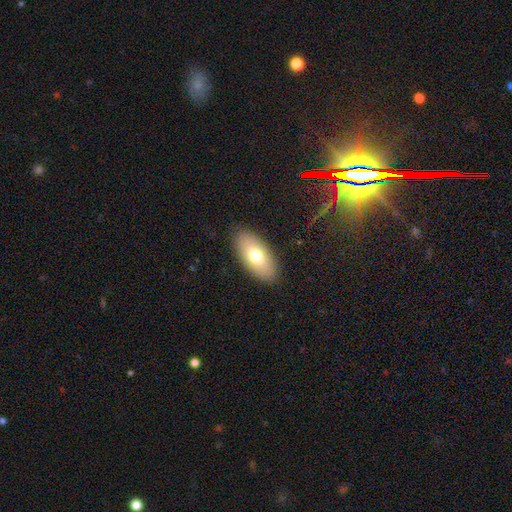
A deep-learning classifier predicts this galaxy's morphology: Overall: smooth (71%). How rounded: in between (91%). Merging: none (88%).